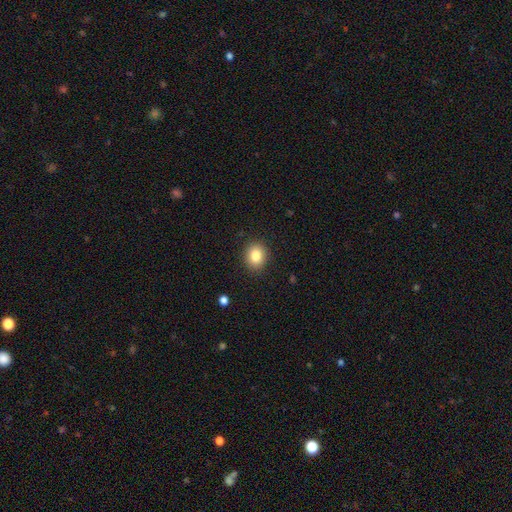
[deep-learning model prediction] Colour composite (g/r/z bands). It shows a smooth galaxy with no disk features (83%) that is round (66%). Merging: none (89%).